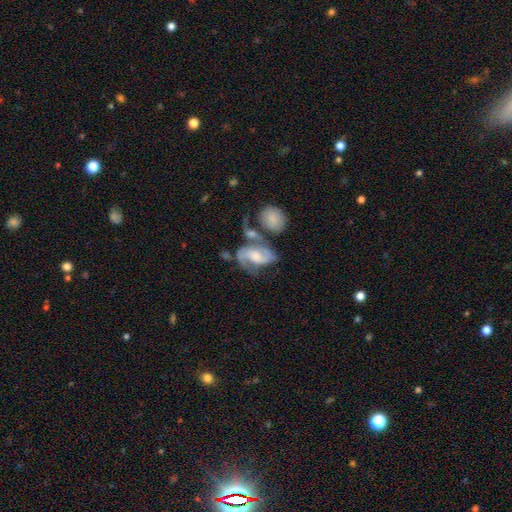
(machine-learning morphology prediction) The model was most divided on "merging" (2-way tie): none: 35%, merger: 35%, minor disturbance: 16%, major disturbance: 14%. Remaining: edge-on disk — no (97%); spiral arms — yes (95%); spiral arm count — 2 (89%); smooth or featured — featured or disk (83%); spiral winding — medium (54%); bulge size — moderate (46%); bar — no (44%).